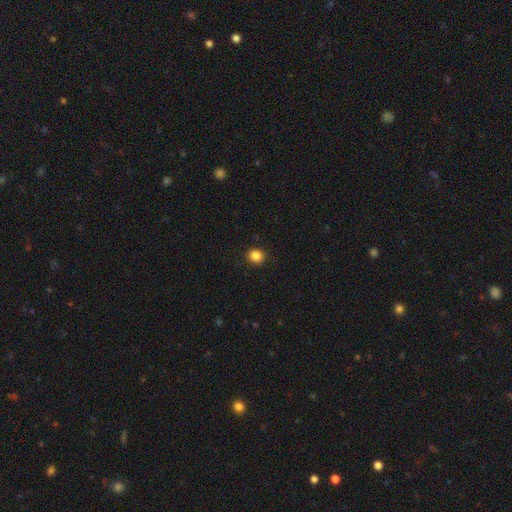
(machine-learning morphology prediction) The model was most divided on "how rounded": round: 86%, in between: 13%, cigar-shaped: 1%. More confident: merging — none (92%); smooth or featured — smooth (85%).